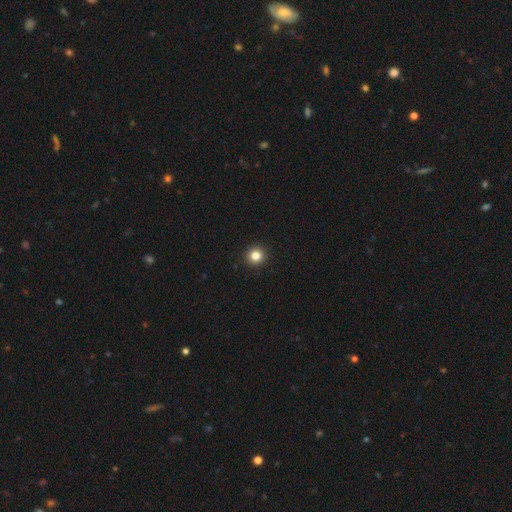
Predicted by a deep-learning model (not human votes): smooth-or-featured: smooth: 83% | star or artifact: 12% | featured or disk: 5%
  how-rounded: round: 94% | in between: 5% | cigar-shaped: 1%
  merging: none: 94% | minor disturbance: 4% | major disturbance: 1% | merger: 1%